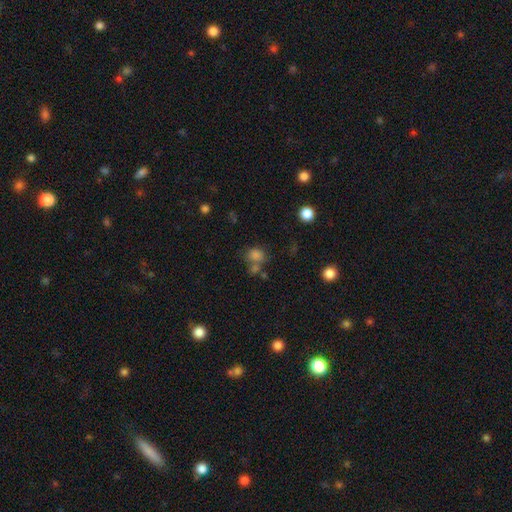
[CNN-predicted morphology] smooth 75%, star or artifact 17%, featured or disk 8%. Down the decision tree: how rounded — round (70%); merging — none (52%).